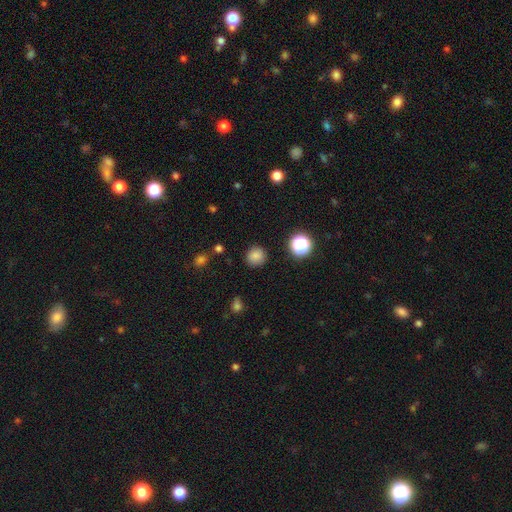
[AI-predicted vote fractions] smooth_or_featured: smooth (p=0.82) [alt: star or artifact p=0.13]
how_rounded: round (p=0.92) [alt: in between p=0.07]
merging: none (p=0.88) [alt: minor disturbance p=0.08]